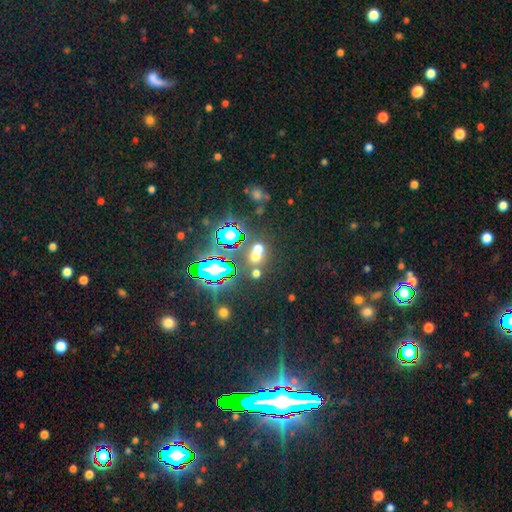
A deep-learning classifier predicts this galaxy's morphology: star or artifact 44% (tied), smooth 44% (tied), featured or disk 12%.